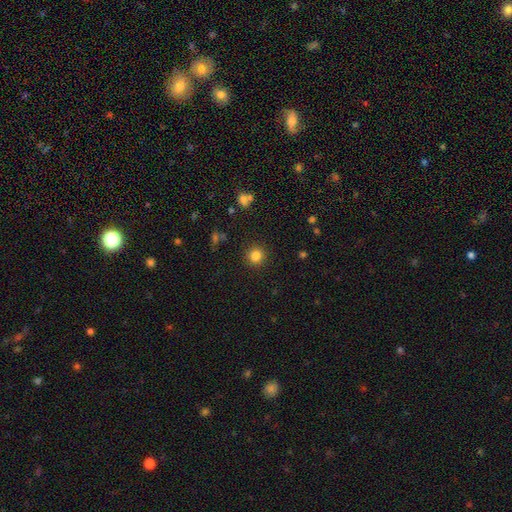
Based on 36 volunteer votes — Morphology: type=smooth (89%); roundness=round (81%); merging=none (85%).